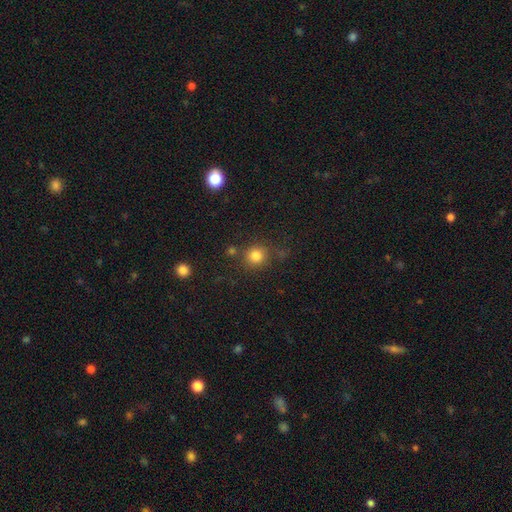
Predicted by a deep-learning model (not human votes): Smooth or featured: smooth — 82% (star or artifact — 13%)
How rounded: round — 89% (in between — 10%)
Merging: none — 77% (minor disturbance — 11%)